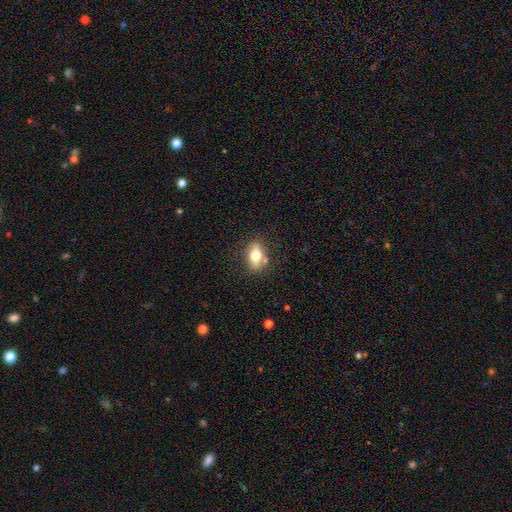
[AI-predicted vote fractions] This is likely a smooth galaxy (69%). How rounded: likely in between (80%). Merging: likely none (74%).